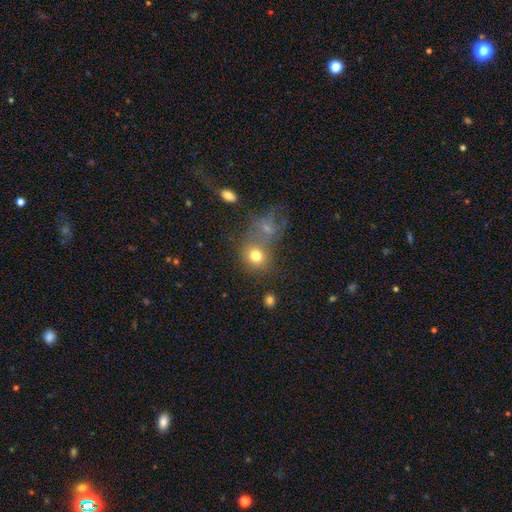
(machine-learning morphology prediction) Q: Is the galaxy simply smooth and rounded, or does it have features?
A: smooth — 76%.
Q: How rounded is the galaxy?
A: round — 72%.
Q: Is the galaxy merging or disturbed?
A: none — 52%.